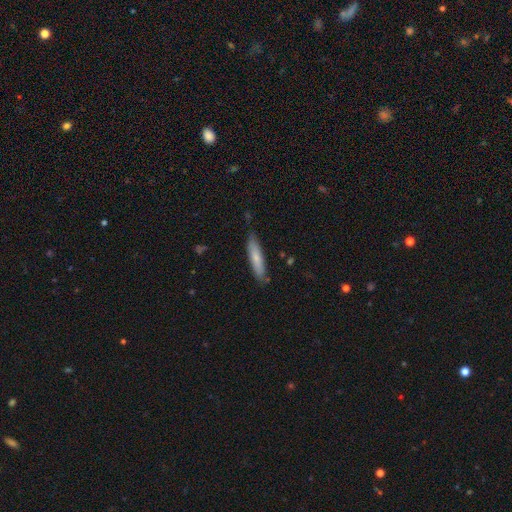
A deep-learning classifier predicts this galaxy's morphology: The model was most divided on "smooth or featured": smooth: 68%, featured or disk: 26%, star or artifact: 7%. More confident: how rounded — cigar-shaped (86%); merging — none (84%).